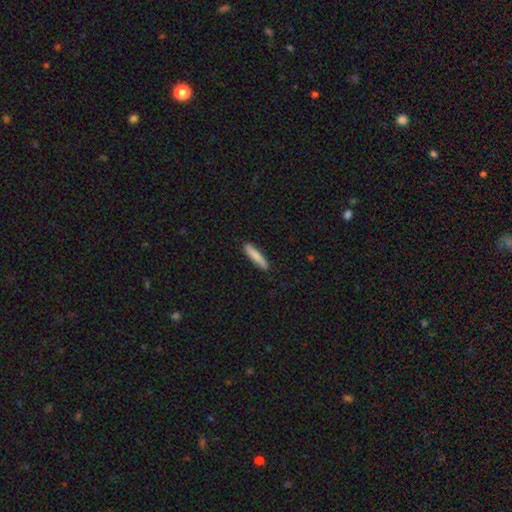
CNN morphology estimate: Smooth or featured?
  - smooth: 85% *
  - featured or disk: 10%
  - star or artifact: 5%
How rounded?
  - cigar-shaped: 88% *
  - in between: 11%
  - round: 1%
Merging?
  - none: 89% *
  - minor disturbance: 8%
  - major disturbance: 2%
  - merger: 1%